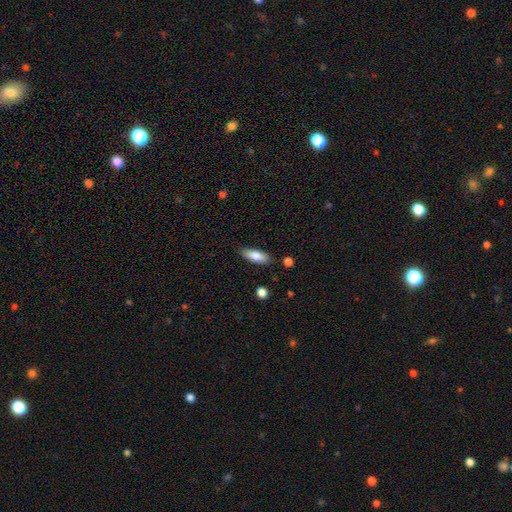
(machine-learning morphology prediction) Overall: smooth (83%). How rounded: in between (72%). Merging: none (84%).